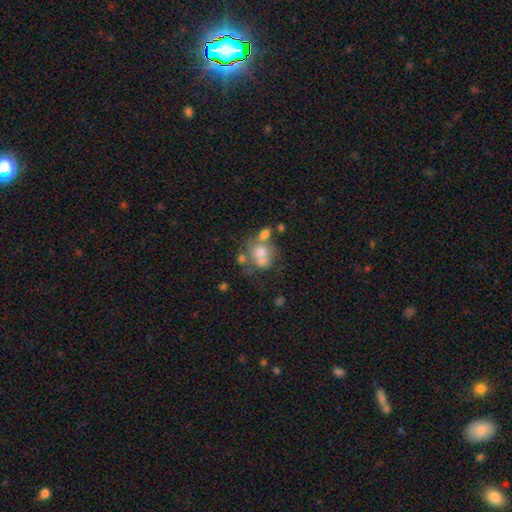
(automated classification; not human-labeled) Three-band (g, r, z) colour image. It shows a smooth galaxy with no disk features (48%). Merging: merger (39%).